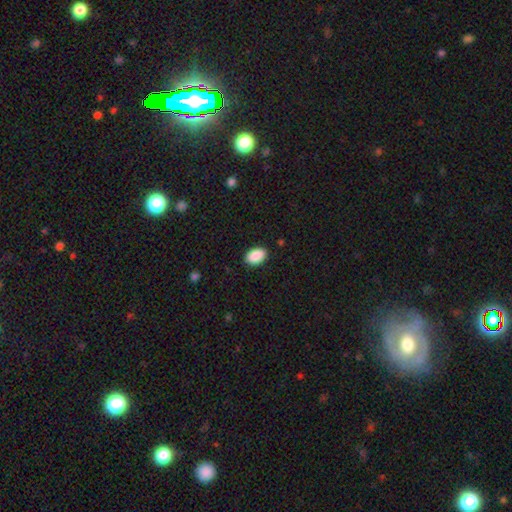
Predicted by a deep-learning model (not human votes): This is clearly a smooth galaxy (90%). How rounded: clearly in between (92%). Merging: clearly none (89%).